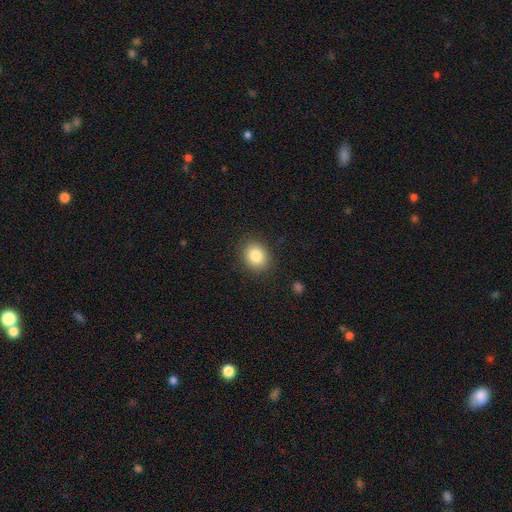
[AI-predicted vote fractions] A smooth galaxy with no disk features (84%) that is round (61%). Merging: none (88%).